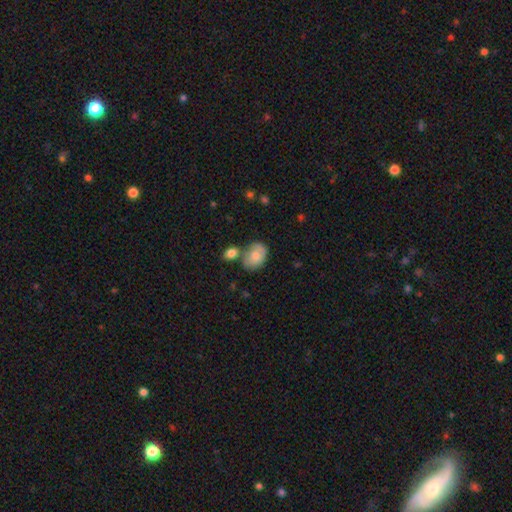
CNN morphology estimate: This is likely a smooth galaxy (74%). How rounded: likely in between (77%). Merging: possibly none (48%).